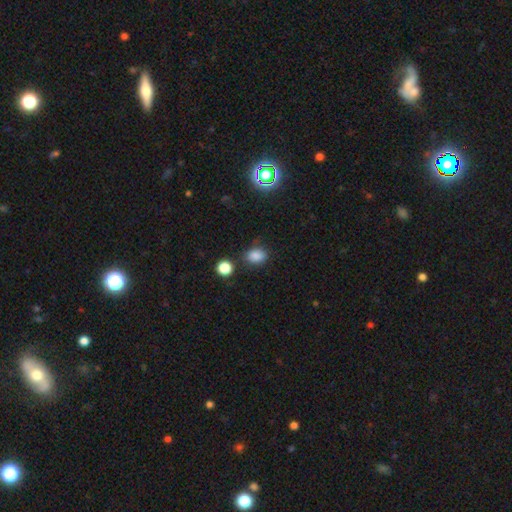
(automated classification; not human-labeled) smooth_or_featured: smooth (p=0.82) [alt: star or artifact p=0.13]
how_rounded: in between (p=0.65) [alt: round p=0.34]
merging: none (p=0.75) [alt: minor disturbance p=0.16]